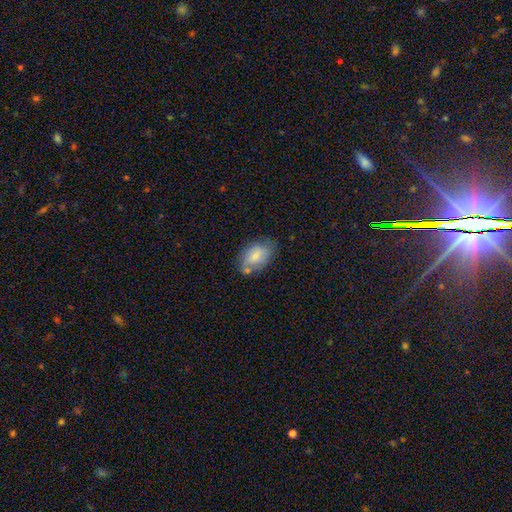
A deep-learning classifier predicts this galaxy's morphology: This is likely a smooth galaxy (71%). How rounded: clearly in between (91%). Merging: possibly none (59%).